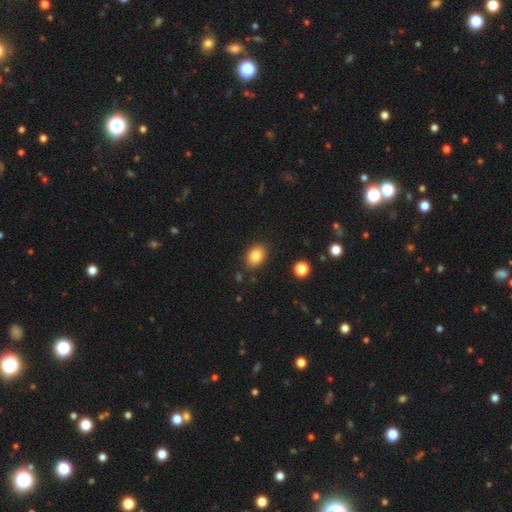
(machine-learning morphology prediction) This is clearly a smooth galaxy (83%). How rounded: likely in between (72%). Merging: clearly none (86%).